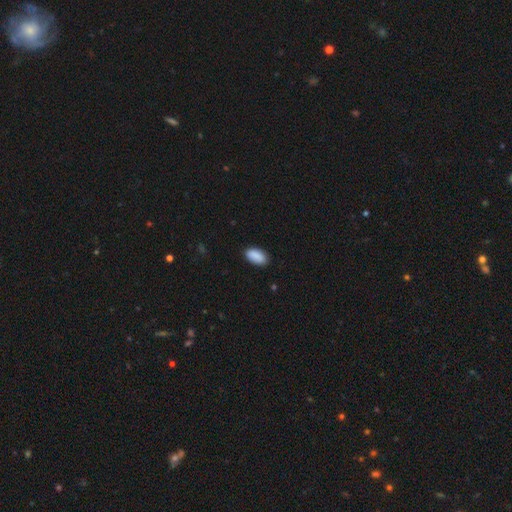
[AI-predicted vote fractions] The model was most divided on "merging": none: 86%, minor disturbance: 11%, major disturbance: 2%, merger: 1%. More confident: how rounded — in between (94%); smooth or featured — smooth (90%).